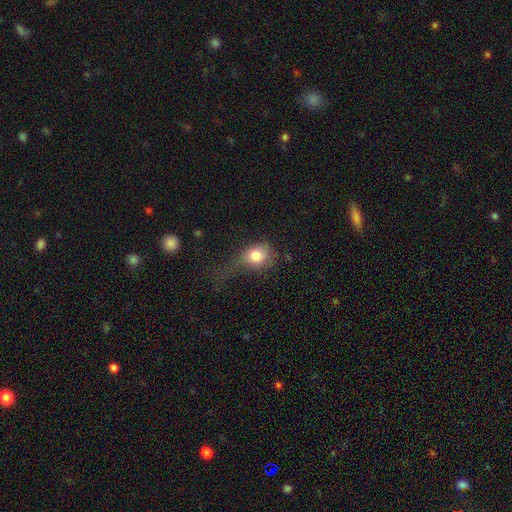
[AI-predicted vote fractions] Smooth or featured? Predicted: smooth (p=0.78). How rounded? Predicted: round (p=0.57). Merging? Predicted: major disturbance (p=0.39).